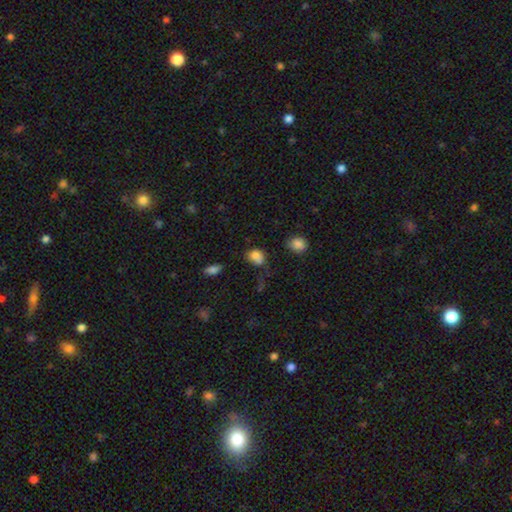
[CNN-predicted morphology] This appears to be a smooth galaxy with no disk features (82%) that is in between round and cigar-shaped (61%). Merging: none (45%).